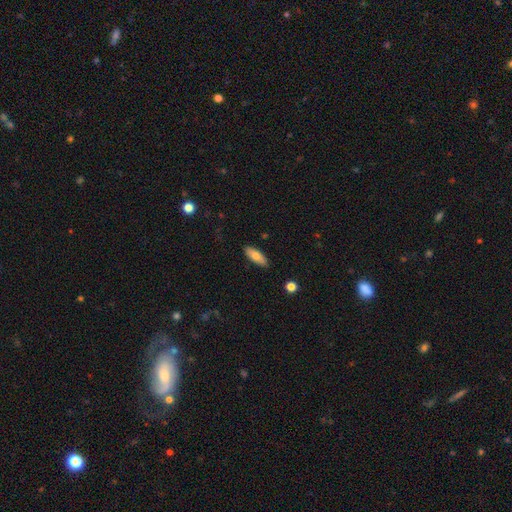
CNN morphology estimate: smooth-or-featured: smooth: 72% | featured or disk: 21% | star or artifact: 7%
  how-rounded: in between: 72% | cigar-shaped: 26% | round: 2%
  merging: none: 86% | minor disturbance: 11% | major disturbance: 2% | merger: 1%